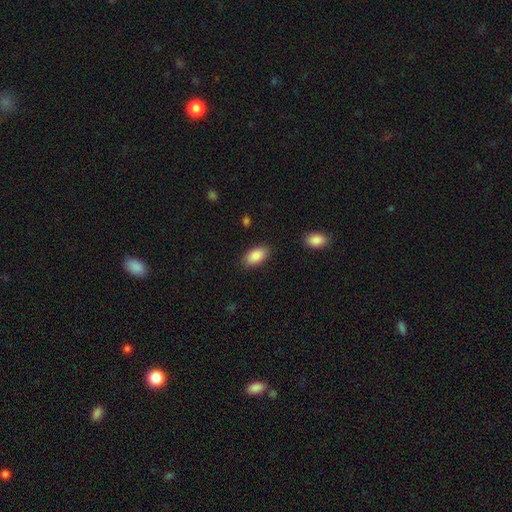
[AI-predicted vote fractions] A smooth galaxy with no disk features (88%) that is in between round and cigar-shaped (93%).

Vote fractions:
- Smooth or featured? smooth: 88% / star or artifact: 7% / featured or disk: 6%
- How rounded? in between: 93% / cigar-shaped: 4% / round: 3%
- Merging? none: 85% / minor disturbance: 11% / major disturbance: 3% / merger: 1%